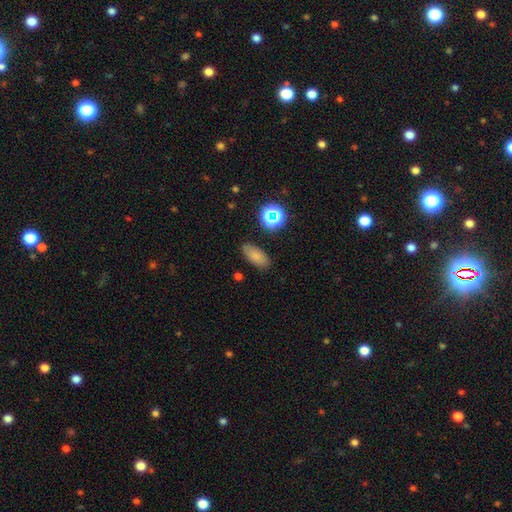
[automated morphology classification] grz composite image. It shows a smooth galaxy with no disk features (79%) that is in between round and cigar-shaped (85%). Merging: none (84%).